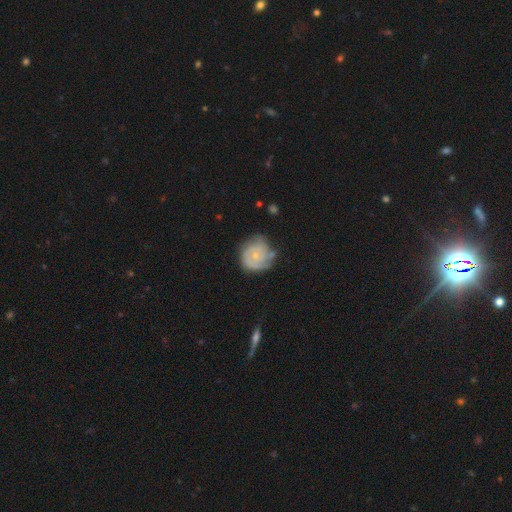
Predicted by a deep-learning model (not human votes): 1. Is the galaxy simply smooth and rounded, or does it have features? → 72% featured or disk, 22% smooth, 6% star or artifact.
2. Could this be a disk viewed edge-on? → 98% no, 2% yes.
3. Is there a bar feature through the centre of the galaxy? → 76% no, 21% weak, 3% strong.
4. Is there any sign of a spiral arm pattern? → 91% yes, 9% no.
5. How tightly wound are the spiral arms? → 66% tight, 26% medium, 8% loose.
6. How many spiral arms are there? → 41% 2, 25% can't tell, 19% 3, 9% 1, 4% 4, 3% more than 4.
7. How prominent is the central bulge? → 71% small, 22% moderate, 5% none, 1% large, 1% dominant.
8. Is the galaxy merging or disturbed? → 61% none, 26% minor disturbance, 9% major disturbance, 3% merger.